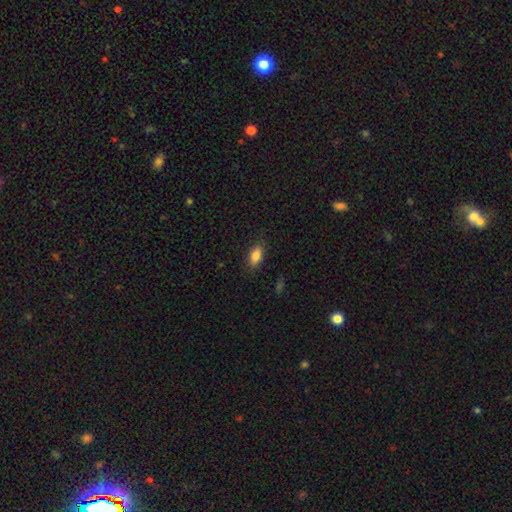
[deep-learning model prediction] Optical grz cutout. It shows a smooth galaxy with no disk features (85%) that is in between round and cigar-shaped (89%). Merging: none (83%).